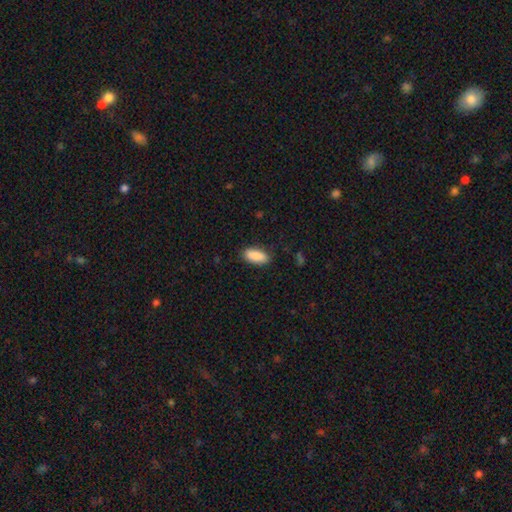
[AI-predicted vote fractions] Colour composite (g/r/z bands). It shows a smooth galaxy with no disk features (89%) that is in between round and cigar-shaped (86%). Merging: none (86%).